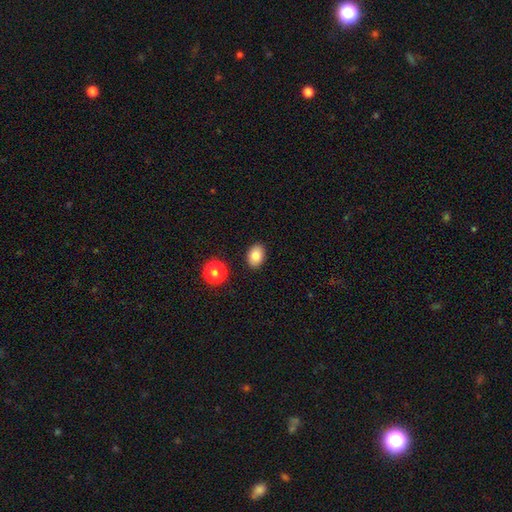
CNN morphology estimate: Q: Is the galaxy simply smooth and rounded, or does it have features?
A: smooth — 82%.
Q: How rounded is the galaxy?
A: in between — 73%.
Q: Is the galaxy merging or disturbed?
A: none — 88%.